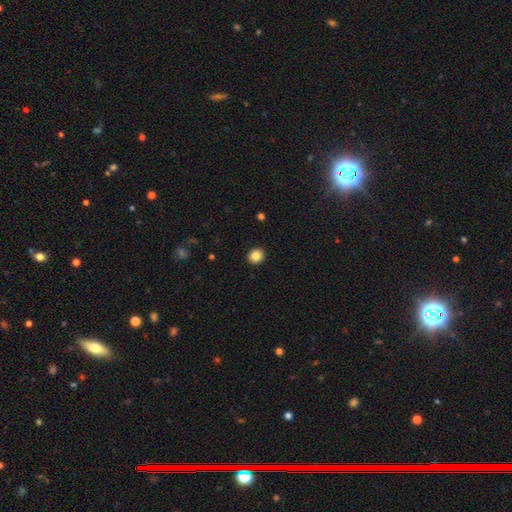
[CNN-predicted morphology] The model was most divided on "smooth or featured": smooth: 86%, star or artifact: 10%, featured or disk: 4%. More confident: merging — none (93%); how rounded — round (89%).